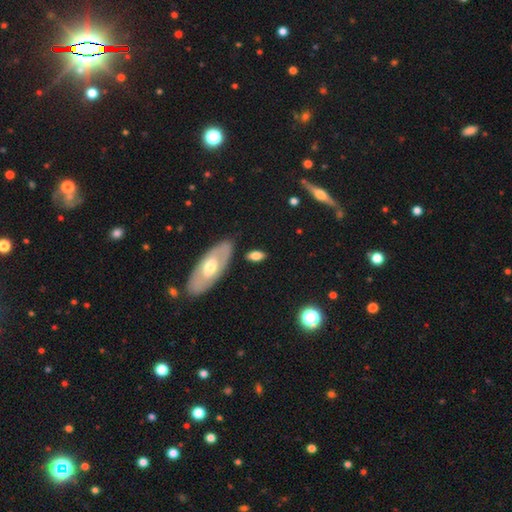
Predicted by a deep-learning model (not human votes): Morphology: type=smooth (72%); roundness=in between (83%); merging=none (76%).